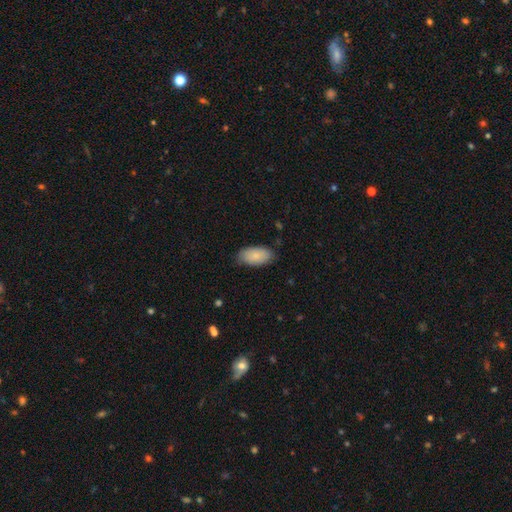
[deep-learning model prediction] Smooth or featured? smooth (85%)
How rounded? in between (95%)
Merging? none (78%)